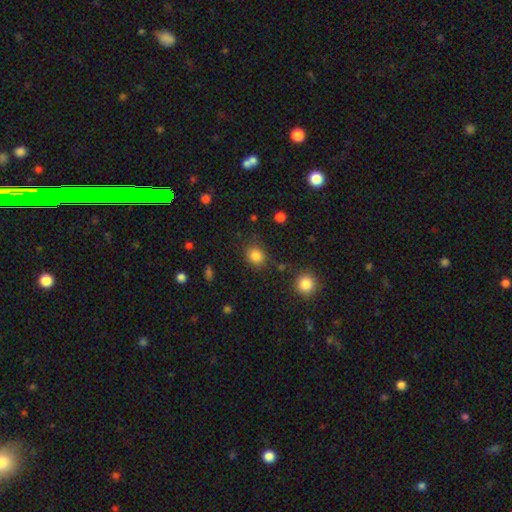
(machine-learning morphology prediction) Smooth or featured: smooth — 84% (star or artifact — 12%)
How rounded: round — 71% (in between — 28%)
Merging: none — 78% (minor disturbance — 14%)